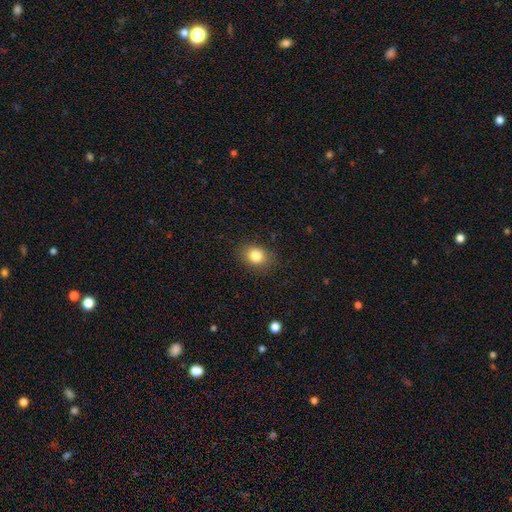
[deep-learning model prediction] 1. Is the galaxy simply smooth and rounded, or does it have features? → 83% smooth, 10% star or artifact, 7% featured or disk.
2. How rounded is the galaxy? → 54% in between, 45% round, 1% cigar-shaped.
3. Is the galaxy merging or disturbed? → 85% none, 10% minor disturbance, 3% major disturbance, 1% merger.